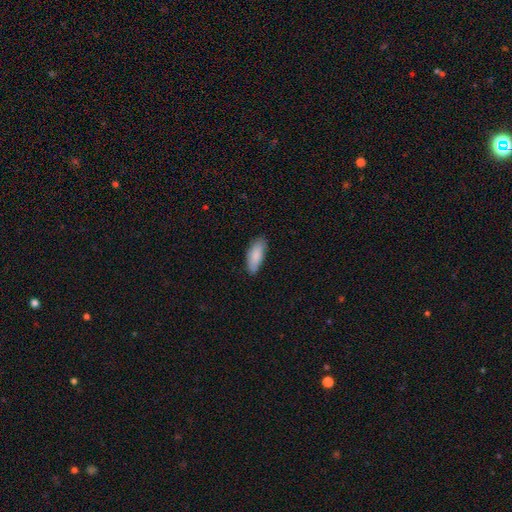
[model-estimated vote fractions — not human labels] smooth-or-featured: smooth: 86% | featured or disk: 8% | star or artifact: 6%
  how-rounded: in between: 77% | cigar-shaped: 22% | round: 2%
  merging: none: 81% | minor disturbance: 15% | major disturbance: 2% | merger: 1%